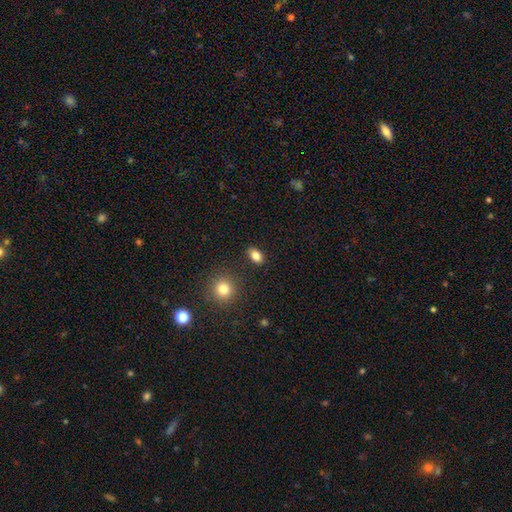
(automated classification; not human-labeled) smooth 83%, star or artifact 10%, featured or disk 7%. Down the decision tree: how rounded — in between (83%); merging — none (86%).